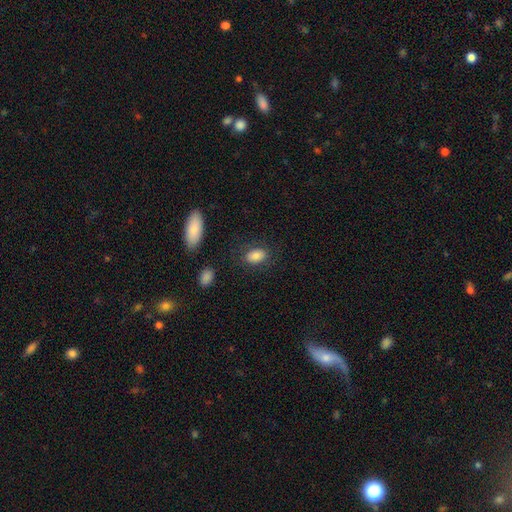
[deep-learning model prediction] A smooth galaxy with no disk features (83%) that is in between round and cigar-shaped (87%).

Vote fractions:
- Smooth or featured? smooth: 83% / star or artifact: 8% / featured or disk: 8%
- How rounded? in between: 87% / round: 12% / cigar-shaped: 2%
- Merging? none: 77% / minor disturbance: 14% / major disturbance: 6% / merger: 3%